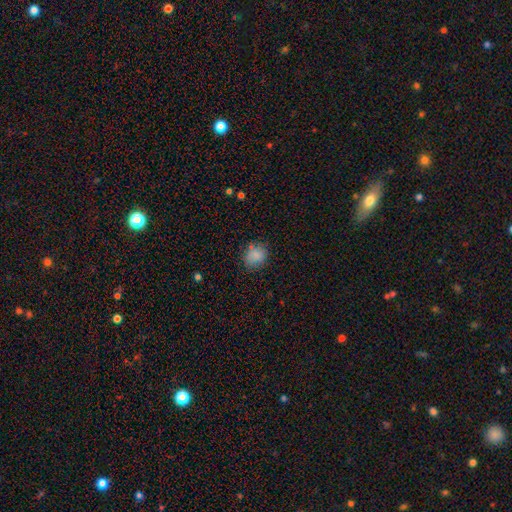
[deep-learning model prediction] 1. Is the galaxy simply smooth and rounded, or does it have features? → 83% smooth, 10% star or artifact, 7% featured or disk.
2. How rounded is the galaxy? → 57% round, 42% in between, 1% cigar-shaped.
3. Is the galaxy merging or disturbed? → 76% none, 17% minor disturbance, 4% major disturbance, 2% merger.